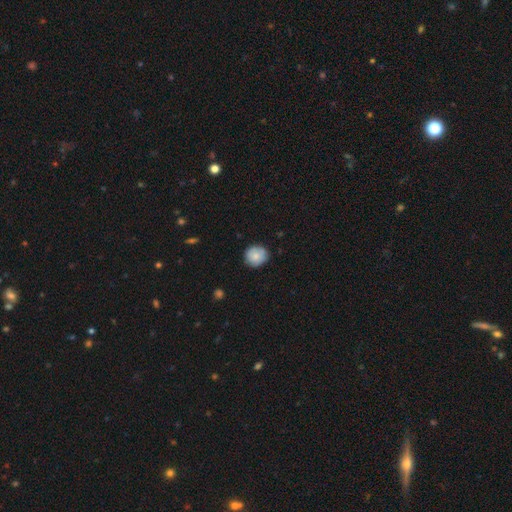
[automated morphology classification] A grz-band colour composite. It shows a smooth galaxy with no disk features (80%) that is round (84%). Merging: none (80%).